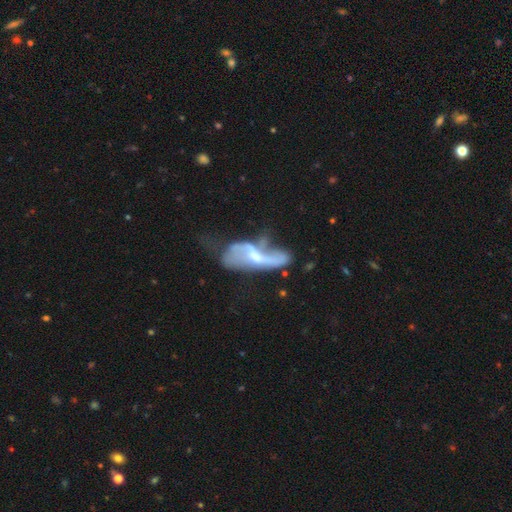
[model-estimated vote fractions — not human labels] featured or disk 70%, smooth 22%, star or artifact 8%. Down the decision tree: edge-on disk — no (85%); bar — no (49%); spiral arms — yes (65%); bulge size — small (43%); merging — major disturbance (36%).